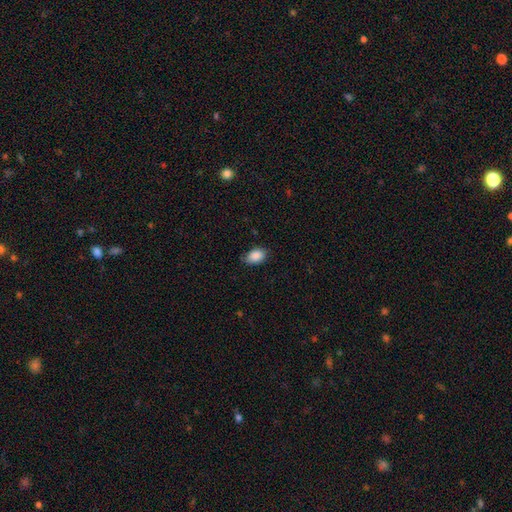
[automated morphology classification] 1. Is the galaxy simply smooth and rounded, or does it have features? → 88% smooth, 7% star or artifact, 4% featured or disk.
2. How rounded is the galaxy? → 87% in between, 11% round, 1% cigar-shaped.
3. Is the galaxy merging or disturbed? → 76% none, 19% minor disturbance, 3% major disturbance, 1% merger.